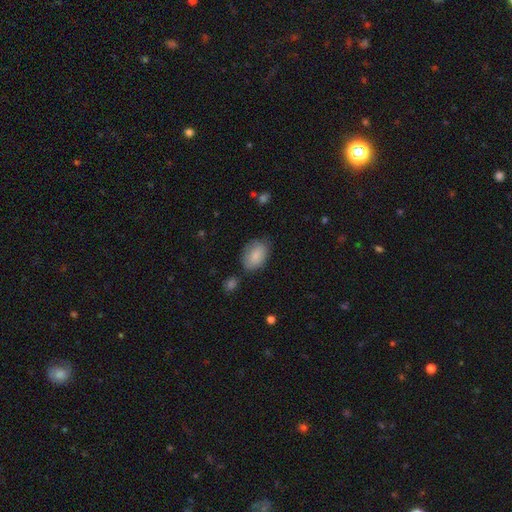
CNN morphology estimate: Smooth or featured? Predicted: smooth (p=0.84). How rounded? Predicted: in between (p=0.86). Merging? Predicted: none (p=0.67).